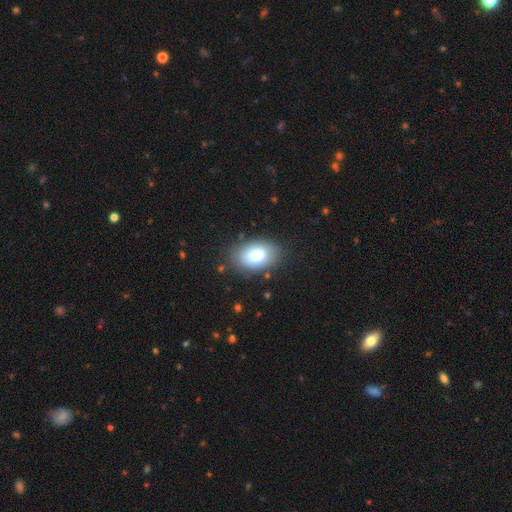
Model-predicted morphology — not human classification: Q: Smooth or featured?
A: smooth (79%); runner-up: featured or disk (13%)
Q: How rounded?
A: in between (89%); runner-up: round (10%)
Q: Merging?
A: none (82%); runner-up: minor disturbance (12%)